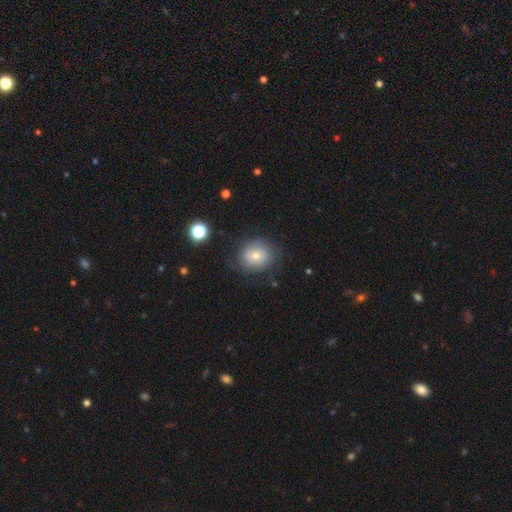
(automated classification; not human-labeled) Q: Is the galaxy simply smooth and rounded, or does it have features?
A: smooth — 61%.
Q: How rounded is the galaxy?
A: round — 74%.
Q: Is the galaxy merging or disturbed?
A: none — 74%.